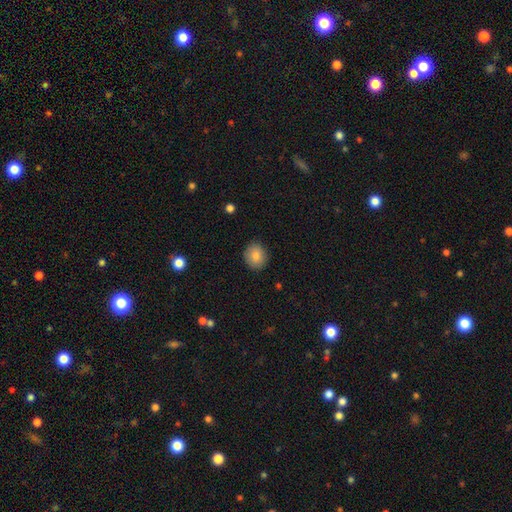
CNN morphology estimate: Smooth or featured: smooth — 85% (star or artifact — 8%)
How rounded: round — 72% (in between — 27%)
Merging: none — 88% (minor disturbance — 9%)